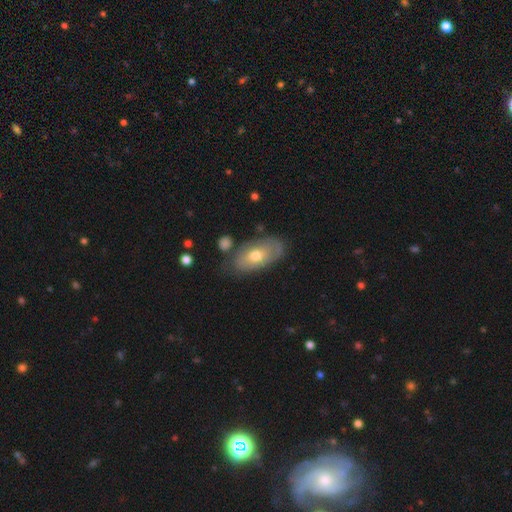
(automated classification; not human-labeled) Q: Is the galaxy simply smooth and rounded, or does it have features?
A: smooth — 55%.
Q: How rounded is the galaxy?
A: in between — 90%.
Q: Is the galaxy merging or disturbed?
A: none — 69%.